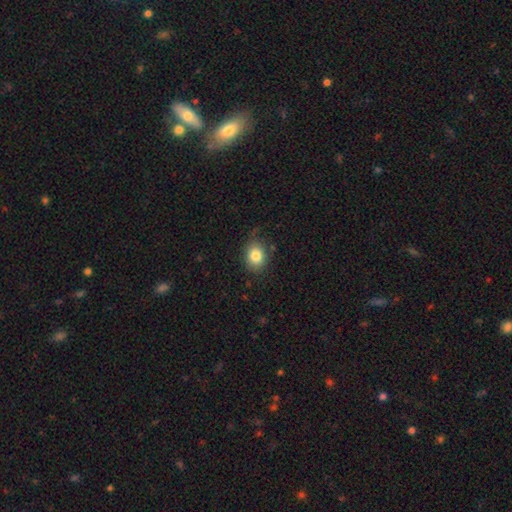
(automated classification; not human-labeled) Smooth or featured: smooth — 82% (star or artifact — 9%)
How rounded: round — 50% (in between — 49%)
Merging: none — 78% (minor disturbance — 16%)